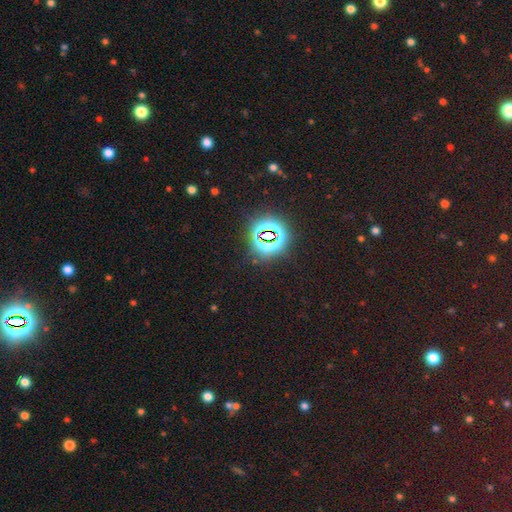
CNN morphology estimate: star or artifact 78%, smooth 14%, featured or disk 7%.